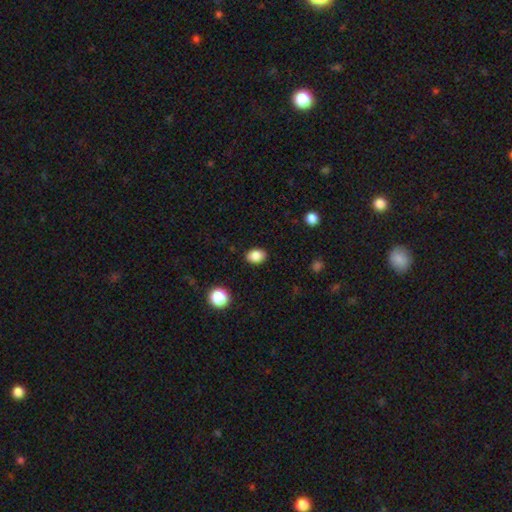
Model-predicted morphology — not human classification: Smooth or featured? Predicted: smooth (p=0.86). How rounded? Predicted: in between (p=0.68). Merging? Predicted: none (p=0.88).